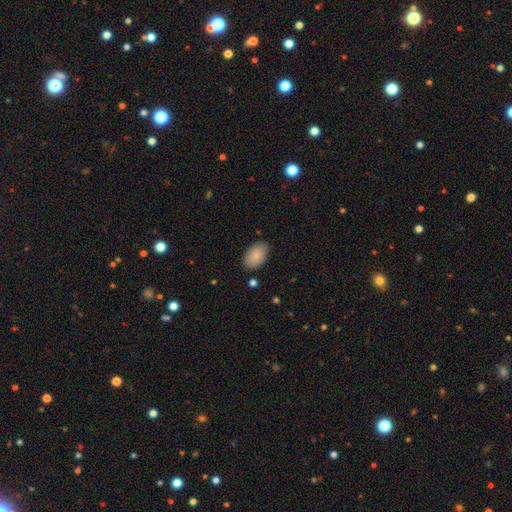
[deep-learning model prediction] Q: Smooth or featured?
A: smooth (87%); runner-up: star or artifact (7%)
Q: How rounded?
A: in between (93%); runner-up: round (6%)
Q: Merging?
A: none (86%); runner-up: minor disturbance (11%)